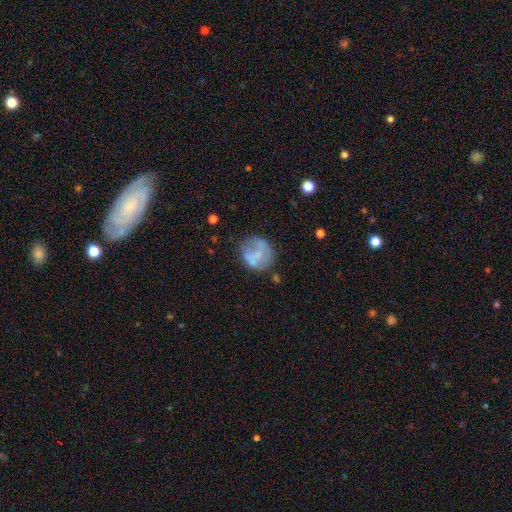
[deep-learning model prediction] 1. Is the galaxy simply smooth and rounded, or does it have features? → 50% smooth, 41% featured or disk, 9% star or artifact.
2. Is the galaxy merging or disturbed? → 55% none, 23% minor disturbance, 17% major disturbance, 5% merger.